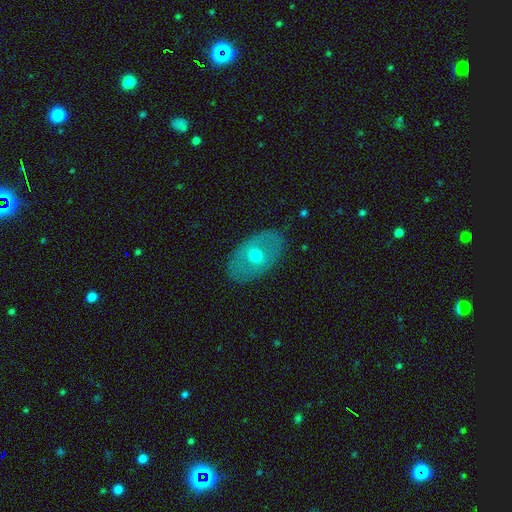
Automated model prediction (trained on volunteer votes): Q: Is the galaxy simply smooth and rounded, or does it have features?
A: smooth — 47%.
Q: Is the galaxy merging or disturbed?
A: none — 84%.